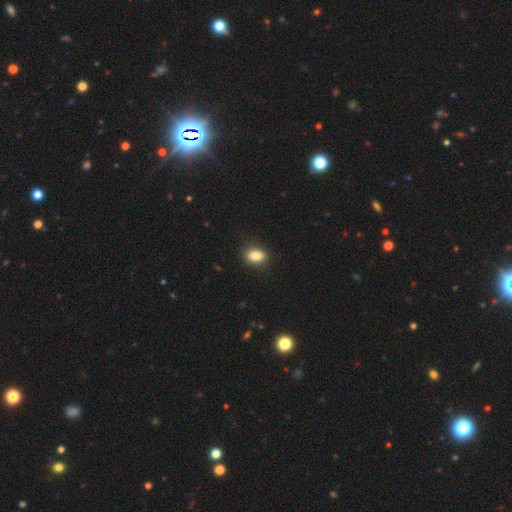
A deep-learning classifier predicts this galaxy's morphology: This is clearly a smooth galaxy (85%). How rounded: likely in between (79%). Merging: clearly none (85%).